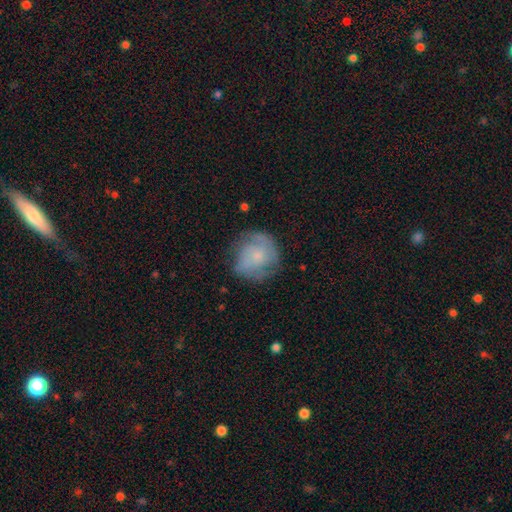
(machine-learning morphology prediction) featured or disk 48%, smooth 43%, star or artifact 8%. Down the decision tree: merging — none (65%).